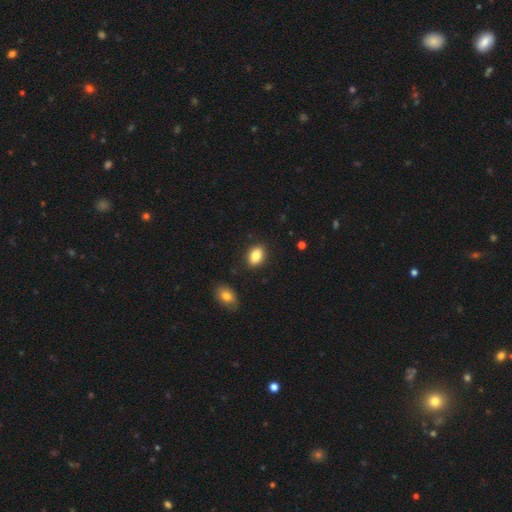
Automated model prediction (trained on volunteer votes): Q: Smooth or featured?
A: smooth (86%); runner-up: star or artifact (8%)
Q: How rounded?
A: in between (82%); runner-up: round (16%)
Q: Merging?
A: none (88%); runner-up: minor disturbance (8%)